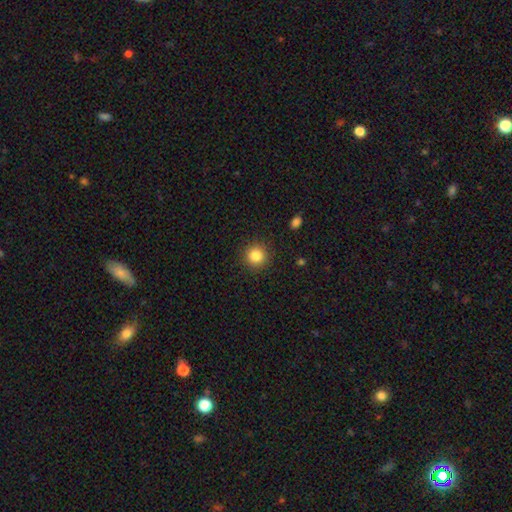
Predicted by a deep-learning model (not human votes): Smooth or featured? Predicted: smooth (p=0.85). How rounded? Predicted: round (p=0.94). Merging? Predicted: none (p=0.90).